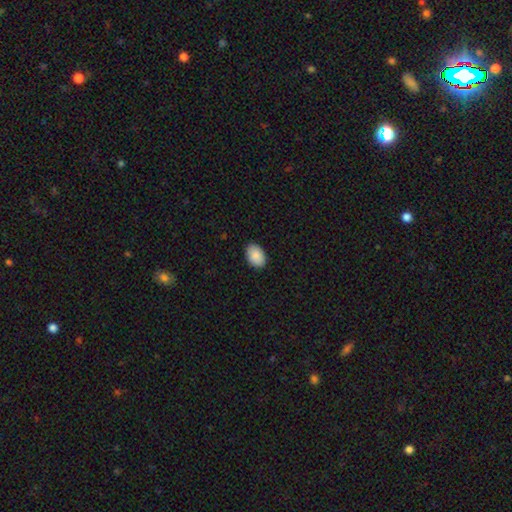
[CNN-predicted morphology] type=smooth (89%); roundness=in between (85%); merging=none (89%).